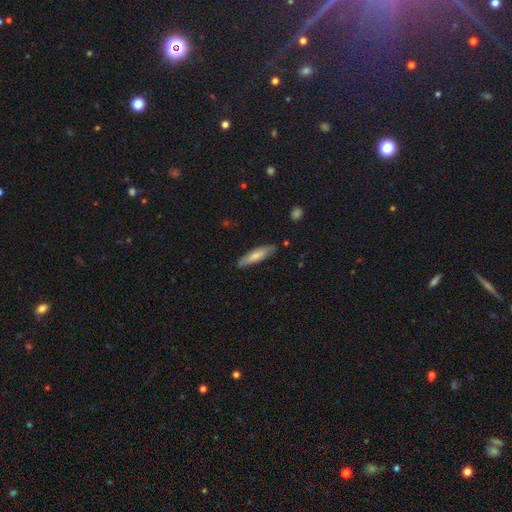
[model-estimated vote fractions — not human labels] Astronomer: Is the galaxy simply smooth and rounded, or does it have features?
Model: smooth — 72%.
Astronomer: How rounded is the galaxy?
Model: cigar-shaped — 74%.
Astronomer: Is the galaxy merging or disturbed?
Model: none — 84%.